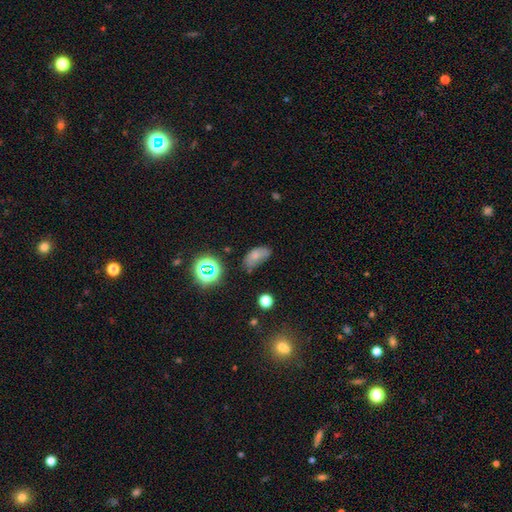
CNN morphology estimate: smooth_or_featured: smooth (p=0.65) [alt: star or artifact p=0.18]
how_rounded: in between (p=0.89) [alt: round p=0.07]
merging: none (p=0.50) [alt: minor disturbance p=0.33]